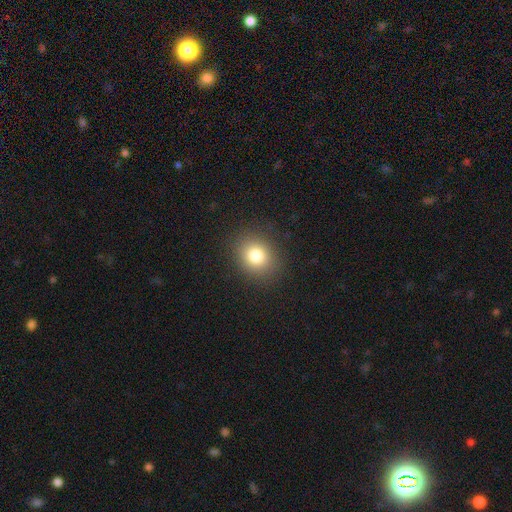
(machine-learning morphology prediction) This appears to be a smooth galaxy with no disk features (80%) that is round (67%). Merging: none (88%).